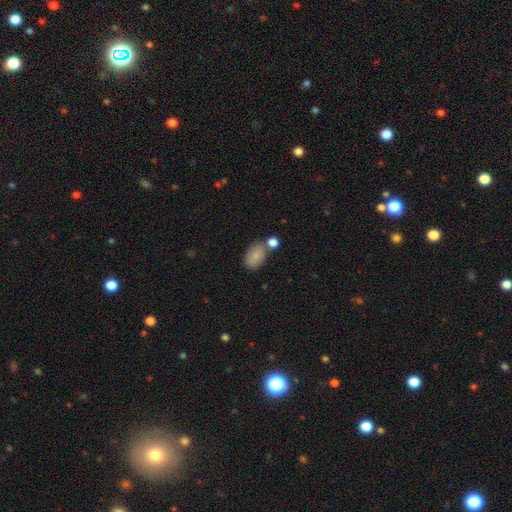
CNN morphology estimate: A smooth galaxy with no disk features (84%) that is in between round and cigar-shaped (90%).

Vote fractions:
- Smooth or featured? smooth: 84% / featured or disk: 8% / star or artifact: 8%
- How rounded? in between: 90% / round: 8% / cigar-shaped: 1%
- Merging? none: 60% / merger: 19% / minor disturbance: 16% / major disturbance: 5%